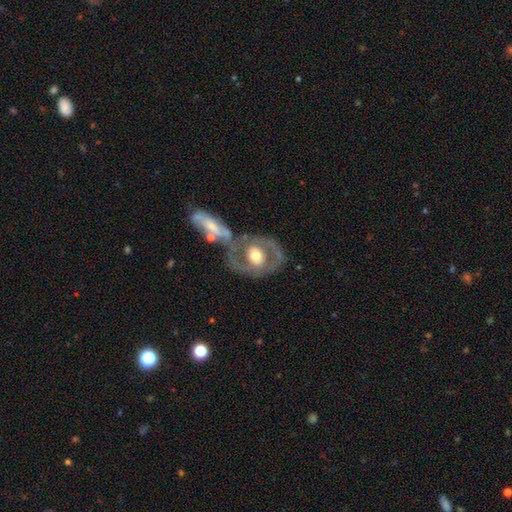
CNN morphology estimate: Smooth or featured? Predicted: featured or disk (p=0.71). Edge-on disk? Predicted: no (p=0.94). Bar? Predicted: no (p=0.63). Spiral arms? Predicted: yes (p=0.57). Bulge size? Predicted: moderate (p=0.68). Merging? Predicted: none (p=0.51).